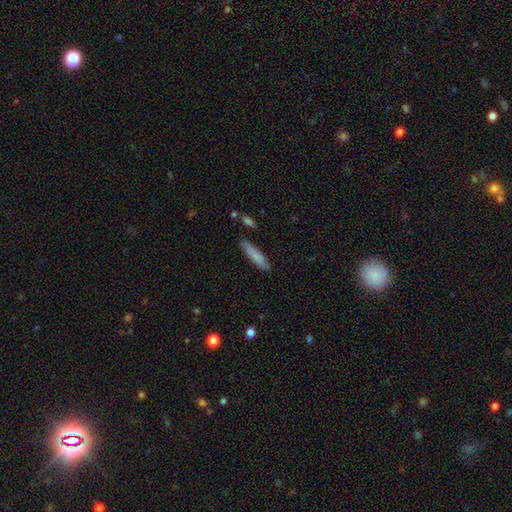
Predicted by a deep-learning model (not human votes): This appears to be a smooth galaxy with no disk features (81%) that is cigar-shaped (84%). Merging: none (84%).